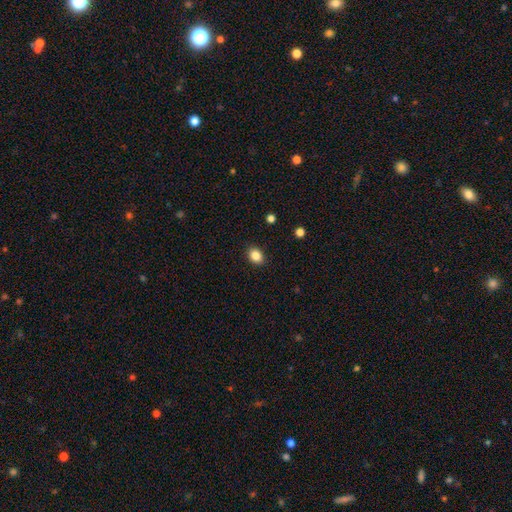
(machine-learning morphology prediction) This appears to be a smooth galaxy with no disk features (86%) that is in between round and cigar-shaped (69%). Merging: none (89%).